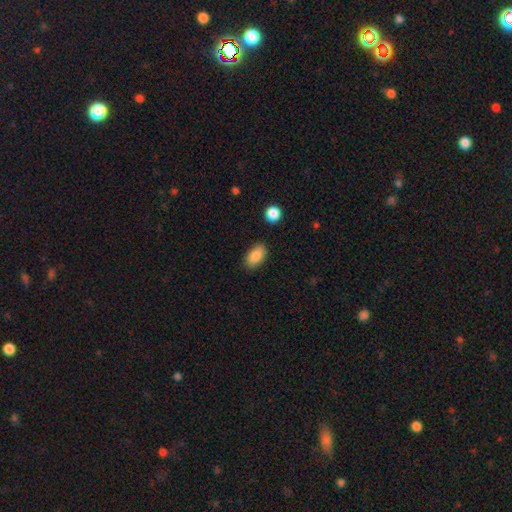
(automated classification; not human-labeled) This is clearly a smooth galaxy (87%). How rounded: clearly in between (91%). Merging: clearly none (84%).